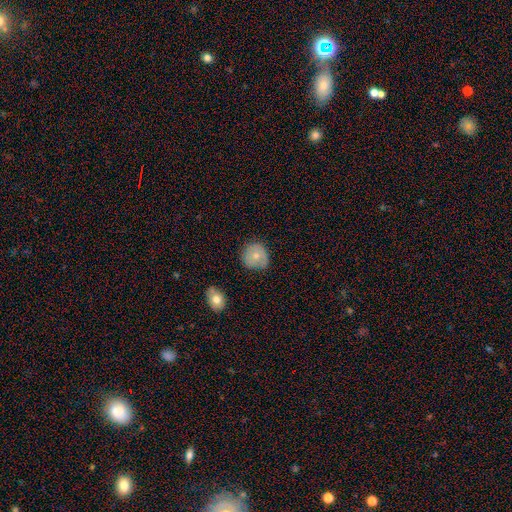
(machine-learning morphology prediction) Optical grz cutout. It shows a smooth galaxy with no disk features (68%) that is round (89%). Merging: none (70%).